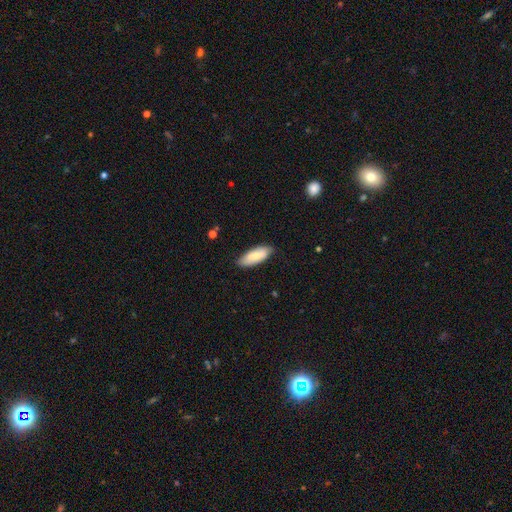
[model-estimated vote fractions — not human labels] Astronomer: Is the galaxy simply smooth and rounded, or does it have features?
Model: smooth — 76%.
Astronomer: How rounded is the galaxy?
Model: in between — 78%.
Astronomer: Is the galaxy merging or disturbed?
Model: none — 82%.